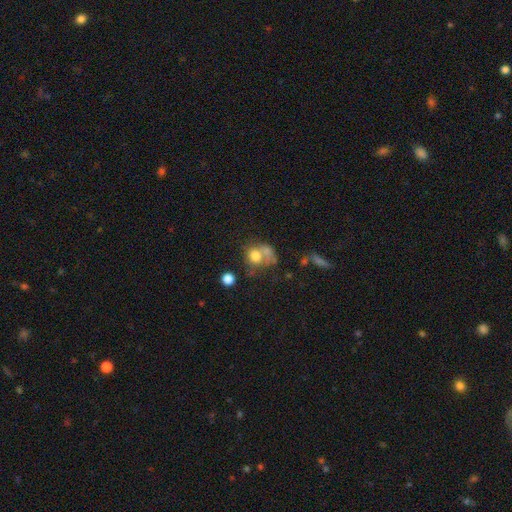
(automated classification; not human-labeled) This is likely a smooth galaxy (67%). How rounded: likely round (67%). Merging: marginally merger (39%).